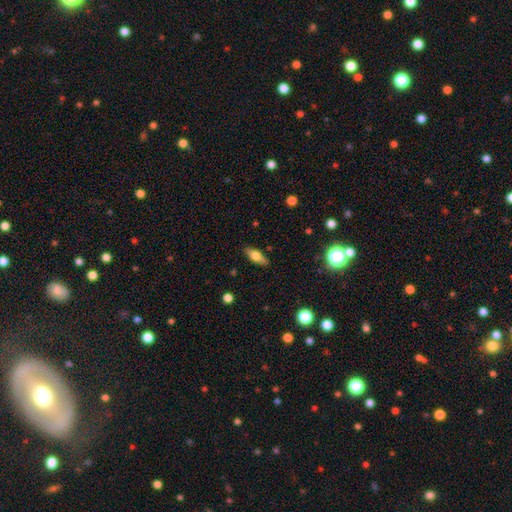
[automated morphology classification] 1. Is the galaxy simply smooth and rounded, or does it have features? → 62% smooth, 30% featured or disk, 7% star or artifact.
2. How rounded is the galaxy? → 72% in between, 25% cigar-shaped, 4% round.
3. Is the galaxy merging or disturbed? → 87% none, 10% minor disturbance, 2% major disturbance, 1% merger.